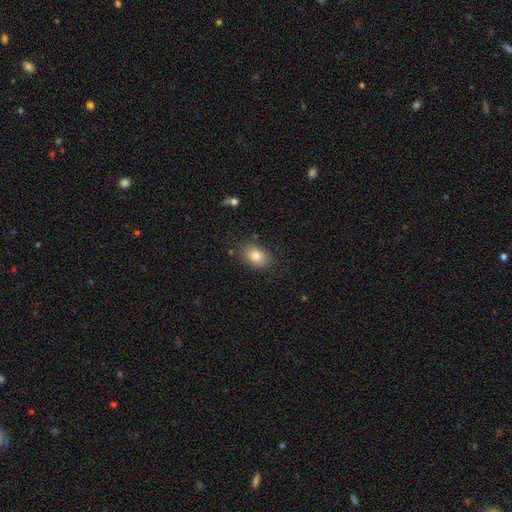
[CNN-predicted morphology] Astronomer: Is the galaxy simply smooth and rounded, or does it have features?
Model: smooth — 83%.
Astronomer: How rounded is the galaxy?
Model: in between — 82%.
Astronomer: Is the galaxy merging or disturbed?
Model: none — 83%.